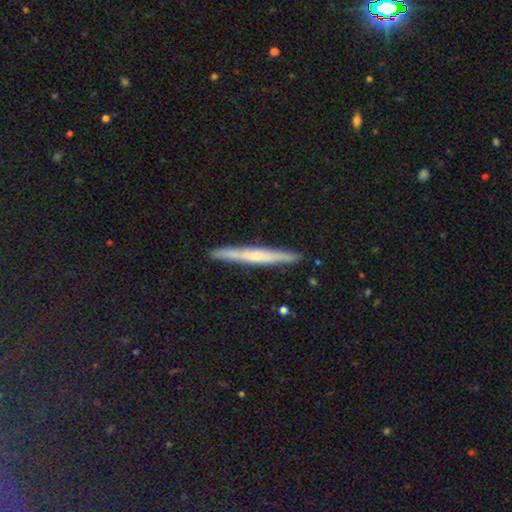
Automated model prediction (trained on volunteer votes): The model was most divided on "edge-on bulge": rounded: 54%, none: 42%, boxy: 5%. More confident: edge-on disk — yes (96%); merging — none (91%); smooth or featured — featured or disk (59%).